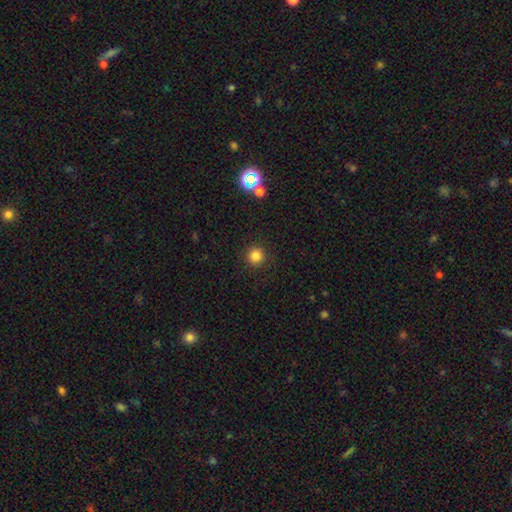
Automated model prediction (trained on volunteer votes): smooth 81%, star or artifact 14%, featured or disk 5%. Down the decision tree: how rounded — round (95%); merging — none (91%).